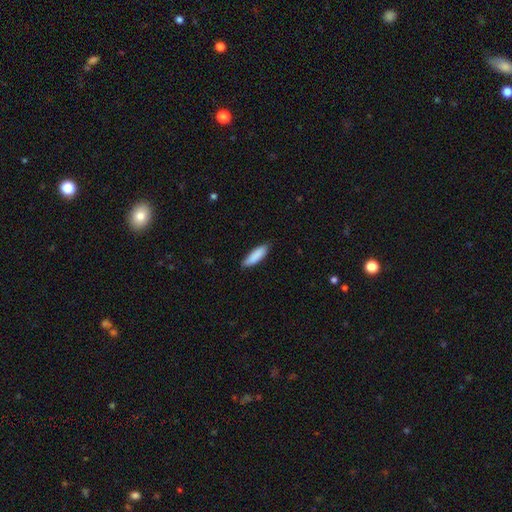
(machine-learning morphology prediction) Q: Smooth or featured?
A: smooth (88%); runner-up: featured or disk (6%)
Q: How rounded?
A: cigar-shaped (53%); runner-up: in between (45%)
Q: Merging?
A: none (83%); runner-up: minor disturbance (14%)